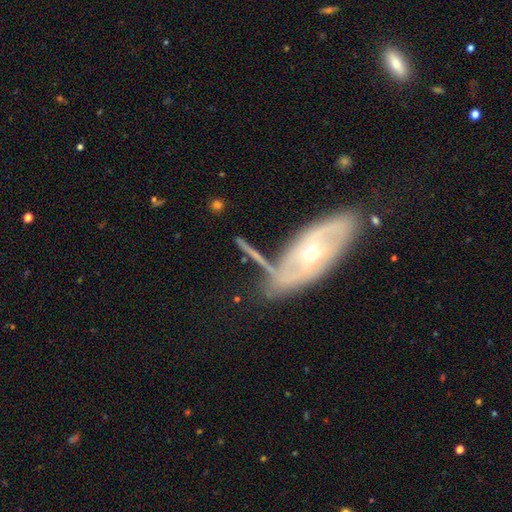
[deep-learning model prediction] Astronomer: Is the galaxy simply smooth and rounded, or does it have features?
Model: featured or disk — 69%.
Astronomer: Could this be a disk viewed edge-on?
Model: no — 75%.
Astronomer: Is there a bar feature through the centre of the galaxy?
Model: no — 55% (runner-up: weak, 30%).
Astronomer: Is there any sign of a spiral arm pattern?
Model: yes — 69%.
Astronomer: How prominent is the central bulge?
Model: moderate — 52% (runner-up: small, 43%).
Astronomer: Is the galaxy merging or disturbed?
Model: none — 58%.